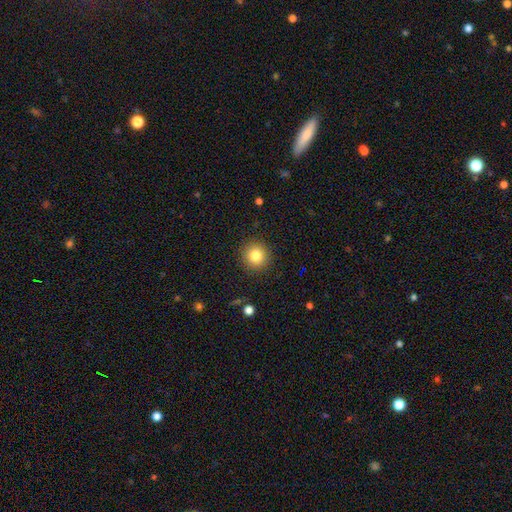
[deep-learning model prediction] This is clearly a smooth galaxy (82%). How rounded: clearly round (94%). Merging: clearly none (91%).